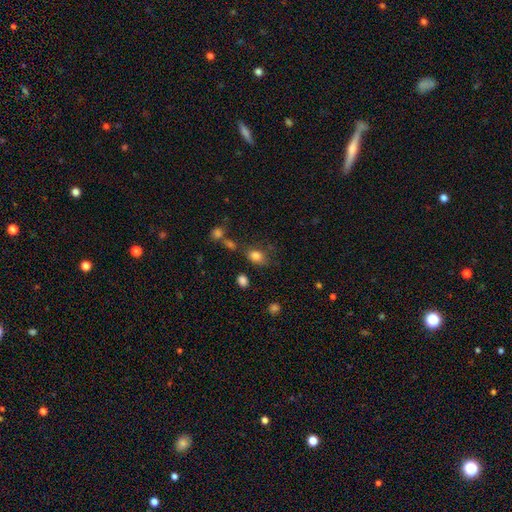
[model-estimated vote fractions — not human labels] This is clearly a smooth galaxy (82%). How rounded: likely in between (73%). Merging: likely none (65%).